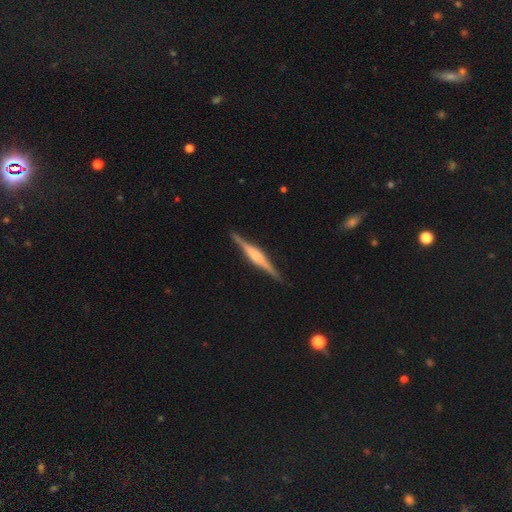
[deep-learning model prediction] Morphology: type=featured or disk (79%); edge-on=yes (98%); edge-on bulge=rounded (50%); merging=none (90%).